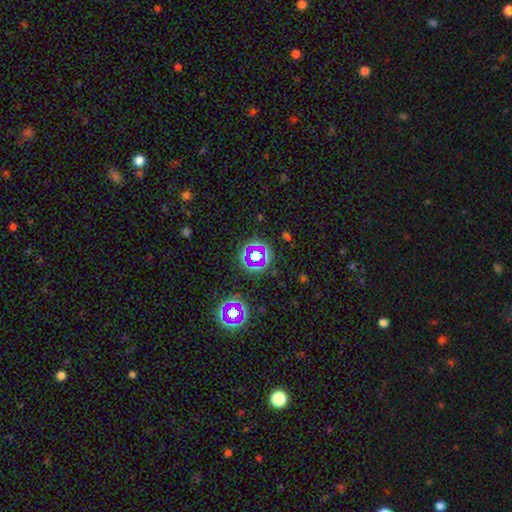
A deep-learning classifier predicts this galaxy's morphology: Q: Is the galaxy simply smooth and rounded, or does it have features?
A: star or artifact — 57%.